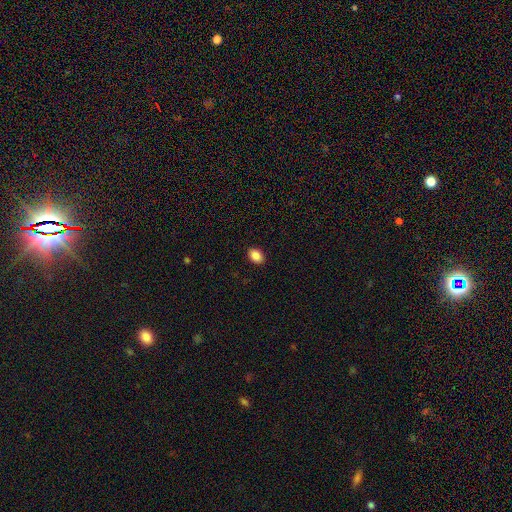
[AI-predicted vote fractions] Q: Smooth or featured?
A: smooth (88%); runner-up: star or artifact (8%)
Q: How rounded?
A: in between (81%); runner-up: round (18%)
Q: Merging?
A: none (90%); runner-up: minor disturbance (7%)